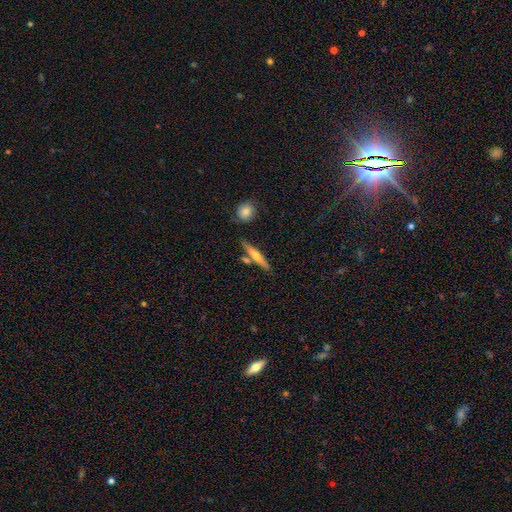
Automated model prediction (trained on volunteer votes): Morphology: type=smooth (50%); merging=none (75%).